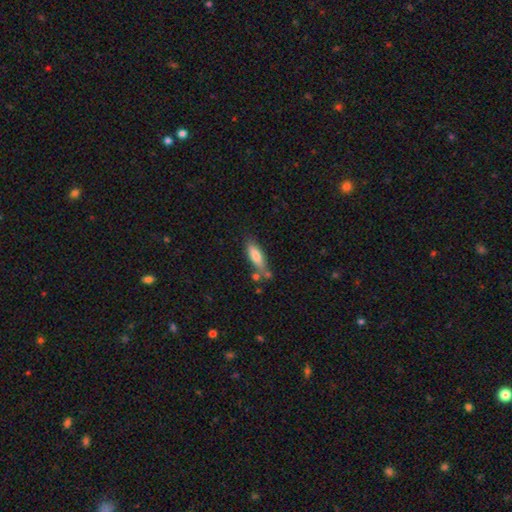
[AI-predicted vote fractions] Smooth or featured: smooth — 78% (featured or disk — 16%)
How rounded: in between — 51% (cigar-shaped — 47%)
Merging: none — 58% (minor disturbance — 21%)